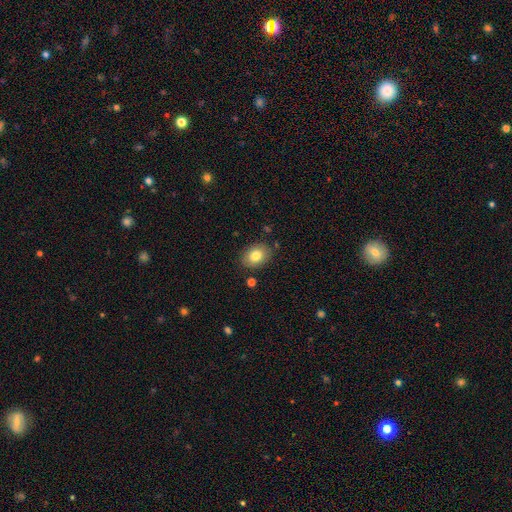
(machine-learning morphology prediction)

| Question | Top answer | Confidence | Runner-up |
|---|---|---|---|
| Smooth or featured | smooth | 81% | featured or disk (11%) |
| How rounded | in between | 71% | round (28%) |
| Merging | none | 83% | minor disturbance (12%) |